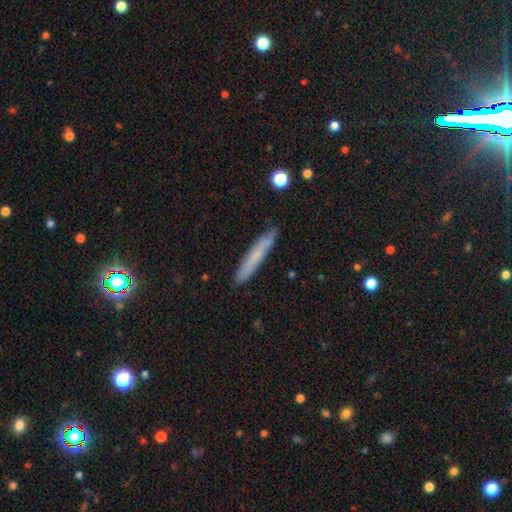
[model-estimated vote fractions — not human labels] The model was most divided on "smooth or featured": smooth: 67%, featured or disk: 25%, star or artifact: 8%. More confident: how rounded — cigar-shaped (94%); merging — none (87%).